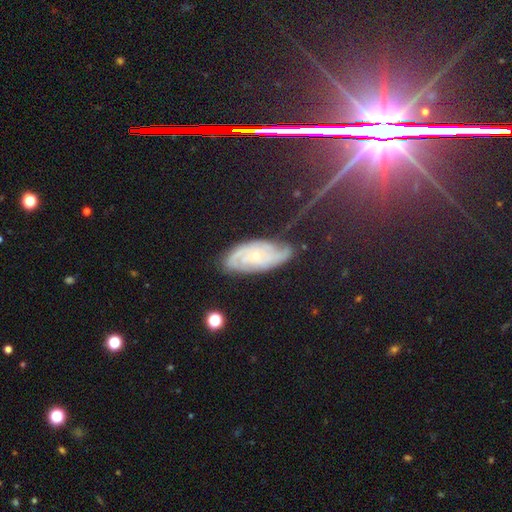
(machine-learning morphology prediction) A featured or disk galaxy (74%) with no bar (76%), 2 (31%) tight (61%) spiral arms (94%) and a small central bulge (80%).

Vote fractions:
- Smooth or featured? featured or disk: 74% / smooth: 15% / star or artifact: 10%
- Edge-on disk? no: 93% / yes: 7%
- Bar? no: 76% / weak: 19% / strong: 5%
- Spiral arms? yes: 94% / no: 6%
- Spiral winding? tight: 61% / medium: 31% / loose: 8%
- Spiral arm count? 2: 31% / can't tell: 30% / 3: 21% / 4: 8% / 1: 5% / more than 4: 5%
- Bulge size? small: 80% / moderate: 15% / none: 2% / large: 1% / dominant: 1%
- Merging? none: 76% / minor disturbance: 18% / major disturbance: 5% / merger: 2%